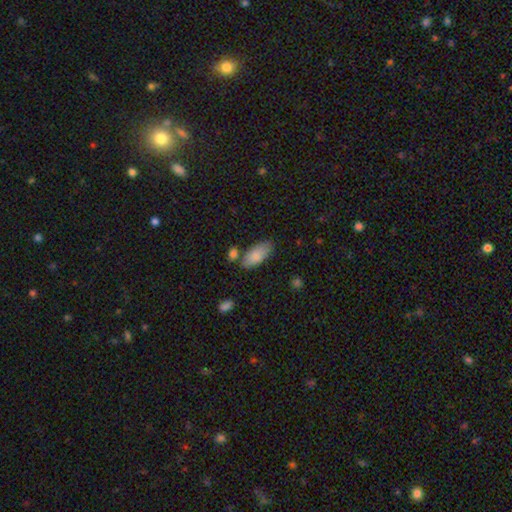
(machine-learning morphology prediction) This is clearly a smooth galaxy (86%). How rounded: clearly in between (87%). Merging: likely none (69%).